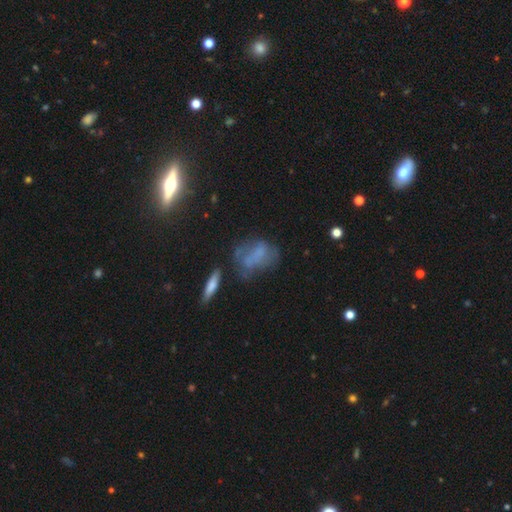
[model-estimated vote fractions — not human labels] The model was most divided on "smooth or featured": smooth: 45%, featured or disk: 37%, star or artifact: 18%. Remaining: merging — none (44%).